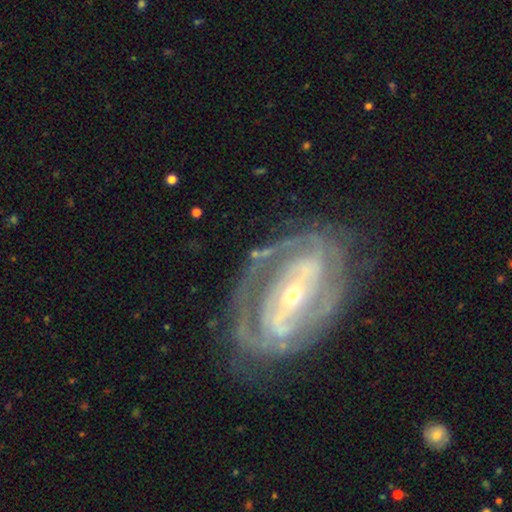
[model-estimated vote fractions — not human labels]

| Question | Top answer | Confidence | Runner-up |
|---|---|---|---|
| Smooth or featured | featured or disk | 87% | smooth (7%) |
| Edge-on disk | no | 96% | yes (4%) |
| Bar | strong | 51% | weak (27%) |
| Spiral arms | yes | 95% | no (5%) |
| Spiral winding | tight | 59% | medium (33%) |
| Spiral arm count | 2 | 47% | 3 (19%) |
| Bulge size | small | 66% | moderate (30%) |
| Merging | none | 68% | minor disturbance (17%) |